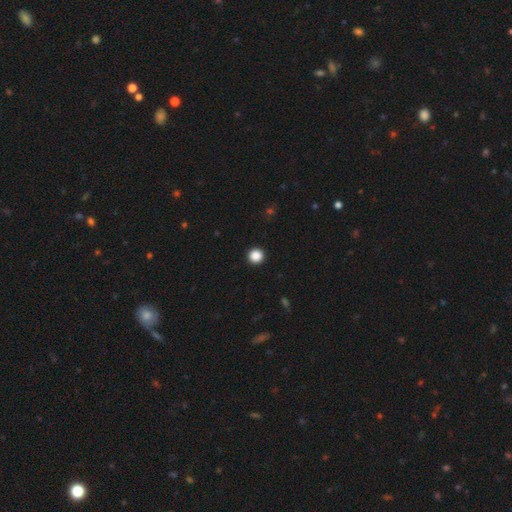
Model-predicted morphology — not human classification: Smooth or featured?
  - smooth: 87% *
  - star or artifact: 10%
  - featured or disk: 2%
How rounded?
  - round: 96% *
  - in between: 3%
  - cigar-shaped: 1%
Merging?
  - none: 94% *
  - minor disturbance: 4%
  - major disturbance: 1%
  - merger: 1%